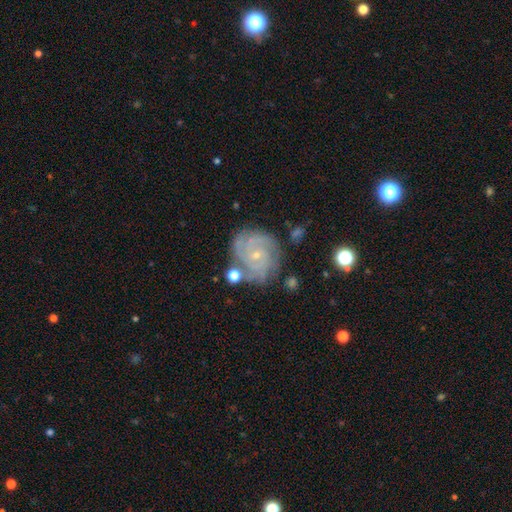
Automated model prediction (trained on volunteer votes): smooth_or_featured: featured or disk (p=0.85) [alt: smooth p=0.08]
disk_edge_on: no (p=0.98) [alt: yes p=0.02]
bar: no (p=0.75) [alt: weak p=0.21]
has_spiral_arms: yes (p=0.97) [alt: no p=0.03]
spiral_winding: tight (p=0.71) [alt: medium p=0.24]
spiral_arm_count: 3 (p=0.33) [alt: 4 p=0.22]
bulge_size: small (p=0.81) [alt: moderate p=0.15]
merging: none (p=0.74) [alt: minor disturbance p=0.17]